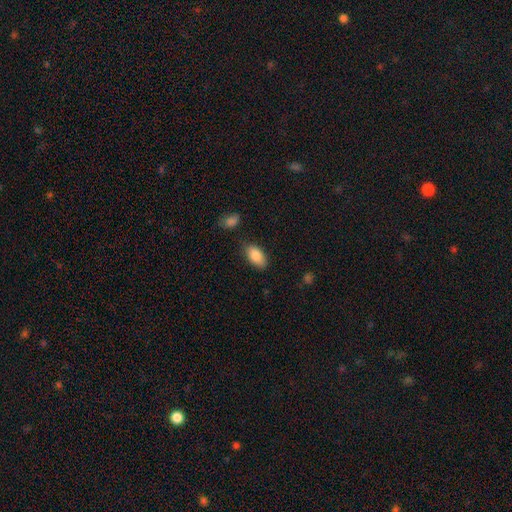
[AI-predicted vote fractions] Smooth or featured? Predicted: smooth (p=0.86). How rounded? Predicted: in between (p=0.93). Merging? Predicted: none (p=0.78).